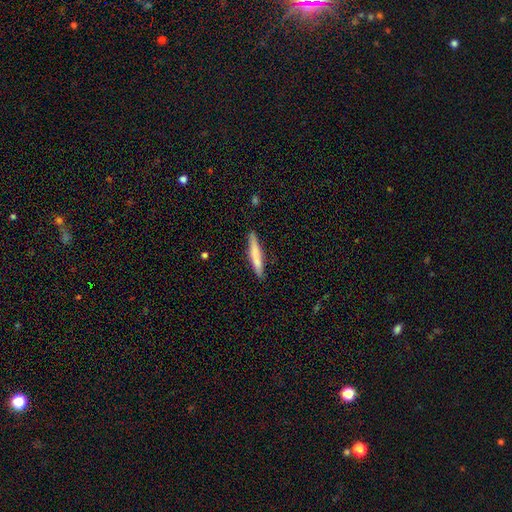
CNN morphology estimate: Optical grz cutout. It shows a smooth galaxy with no disk features (72%) that is cigar-shaped (94%). Merging: none (87%).